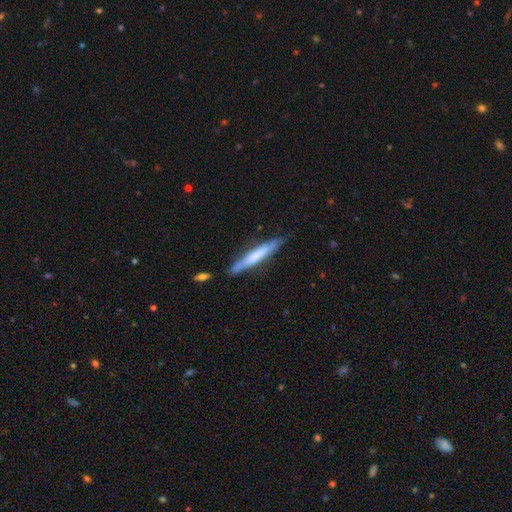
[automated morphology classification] smooth 55%, featured or disk 39%, star or artifact 6%. Down the decision tree: how rounded — cigar-shaped (94%); merging — none (79%).